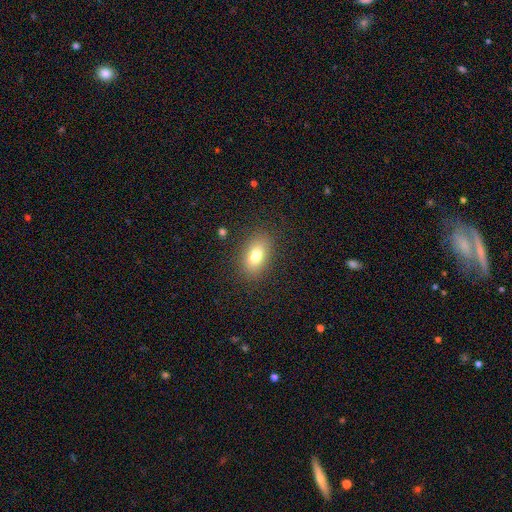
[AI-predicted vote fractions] This appears to be a smooth galaxy with no disk features (77%) that is in between round and cigar-shaped (86%). Merging: none (85%).